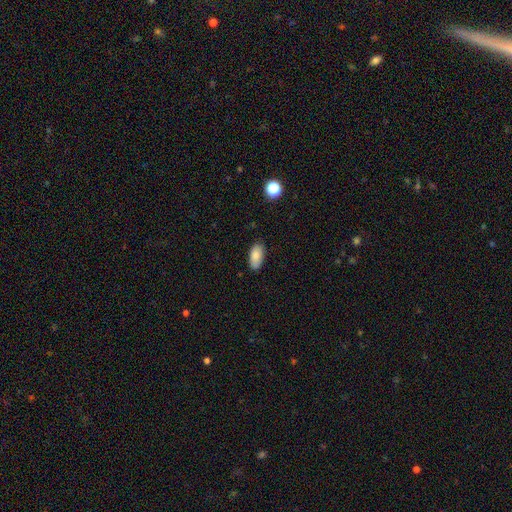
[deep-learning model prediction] Smooth or featured? smooth (84%)
How rounded? in between (93%)
Merging? none (85%)